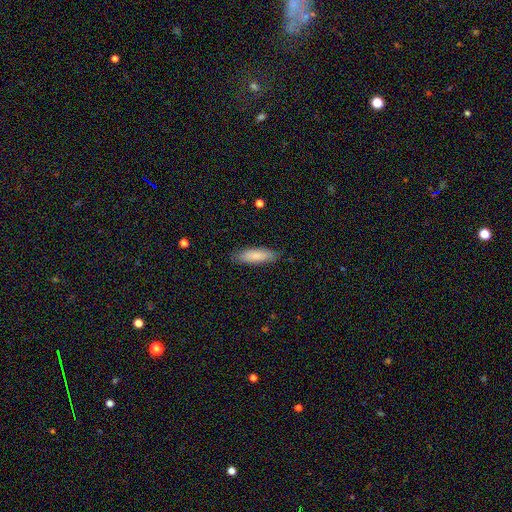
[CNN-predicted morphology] smooth-or-featured: smooth: 82% | featured or disk: 12% | star or artifact: 6%
  how-rounded: cigar-shaped: 53% | in between: 45% | round: 1%
  merging: none: 85% | minor disturbance: 12% | major disturbance: 2% | merger: 1%